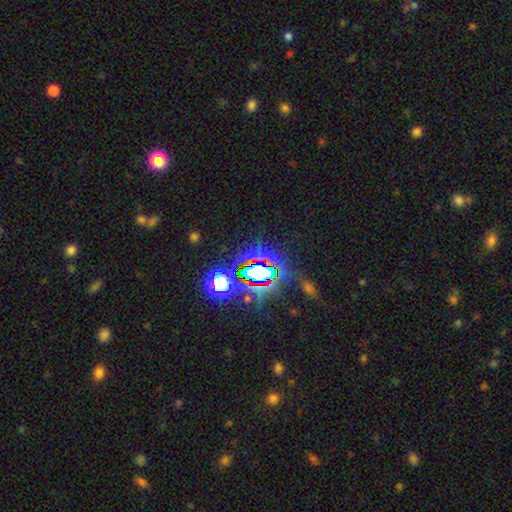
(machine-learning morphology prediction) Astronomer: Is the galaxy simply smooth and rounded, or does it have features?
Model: star or artifact — 79%.